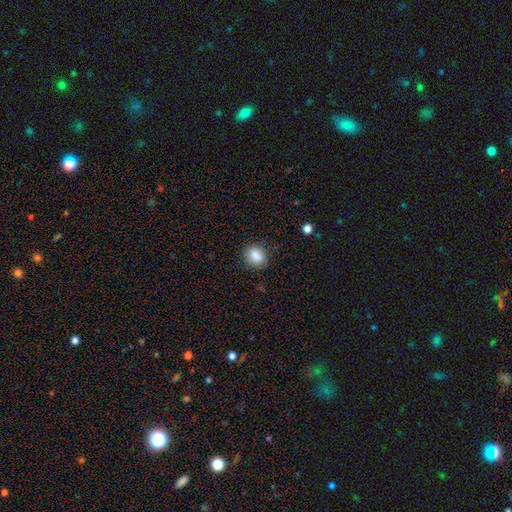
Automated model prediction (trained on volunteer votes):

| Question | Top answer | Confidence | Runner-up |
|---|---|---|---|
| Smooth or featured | smooth | 86% | star or artifact (9%) |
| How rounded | round | 50% | in between (49%) |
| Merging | none | 84% | minor disturbance (12%) |